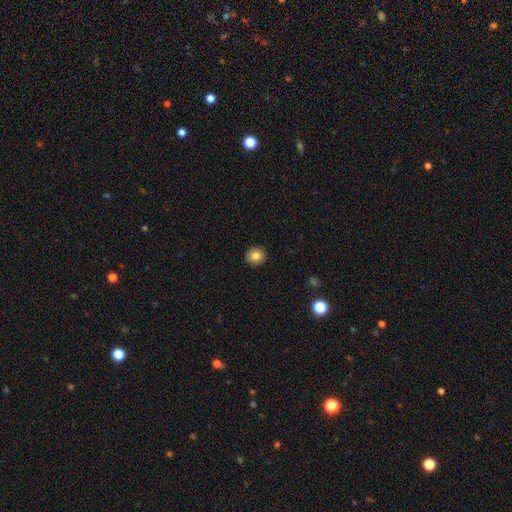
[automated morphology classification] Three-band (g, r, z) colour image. It shows a smooth galaxy with no disk features (82%) that is round (90%). Merging: none (92%).